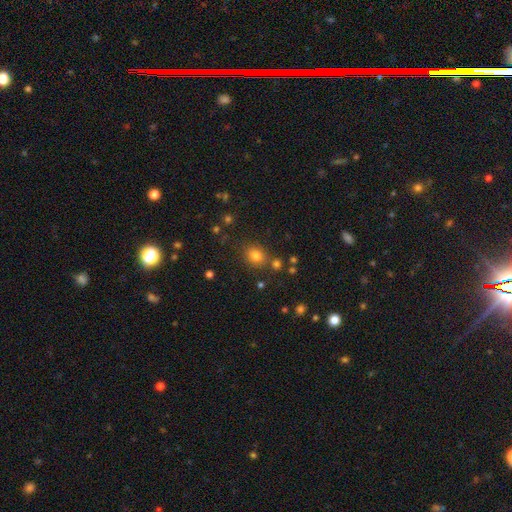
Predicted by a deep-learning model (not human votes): Smooth or featured? Predicted: smooth (p=0.78). How rounded? Predicted: round (p=0.68). Merging? Predicted: none (p=0.79).